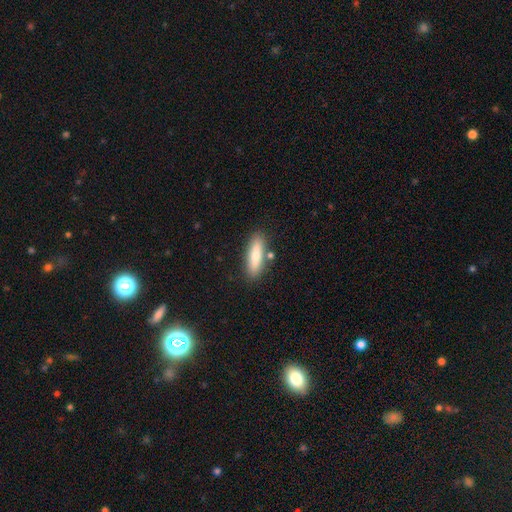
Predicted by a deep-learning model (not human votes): Smooth or featured: smooth — 73% (featured or disk — 21%)
How rounded: cigar-shaped — 57% (in between — 41%)
Merging: none — 81% (minor disturbance — 11%)